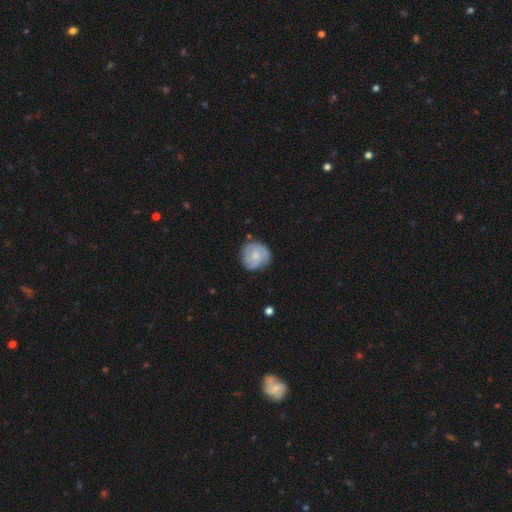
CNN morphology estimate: smooth-or-featured: featured or disk: 52% | smooth: 41% | star or artifact: 6%
  disk-edge-on: no: 98% | yes: 2%
    bar: no: 76% | weak: 21% | strong: 3%
    has-spiral-arms: yes: 85% | no: 15%
    bulge-size: small: 57% | moderate: 35% | none: 5% | large: 2% | dominant: 1%
  merging: none: 75% | minor disturbance: 19% | major disturbance: 5% | merger: 2%